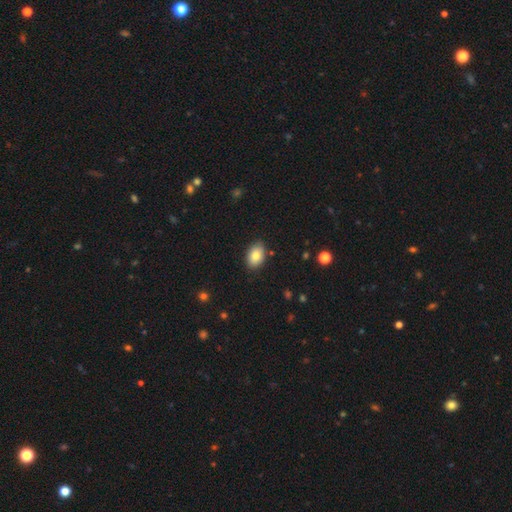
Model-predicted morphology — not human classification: smooth 82%, featured or disk 11%, star or artifact 7%. Down the decision tree: how rounded — in between (88%); merging — none (85%).